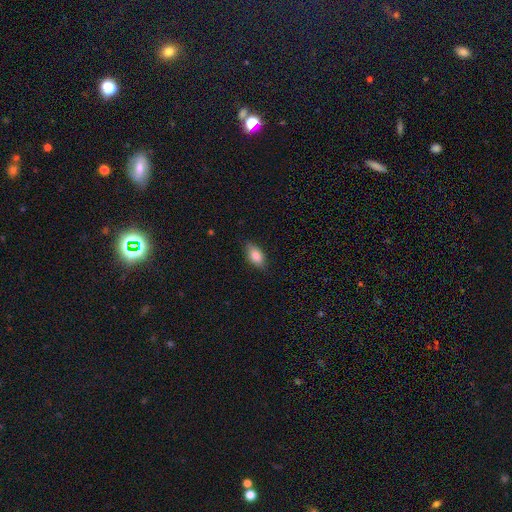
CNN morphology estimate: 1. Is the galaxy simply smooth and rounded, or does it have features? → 83% smooth, 9% featured or disk, 7% star or artifact.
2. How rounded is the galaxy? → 89% in between, 6% cigar-shaped, 5% round.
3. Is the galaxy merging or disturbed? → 78% none, 17% minor disturbance, 3% major disturbance, 1% merger.